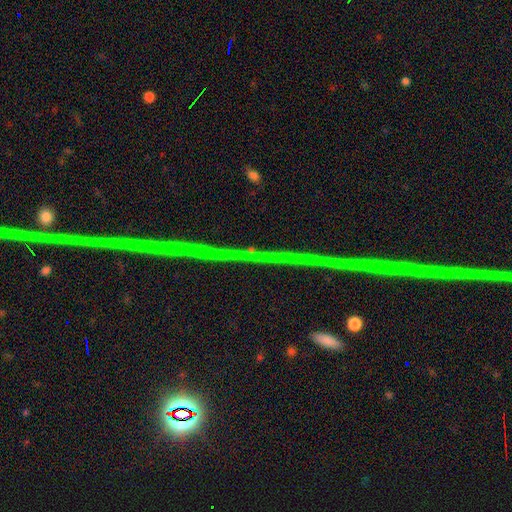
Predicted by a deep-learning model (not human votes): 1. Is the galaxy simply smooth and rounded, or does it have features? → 88% star or artifact, 7% featured or disk, 5% smooth.